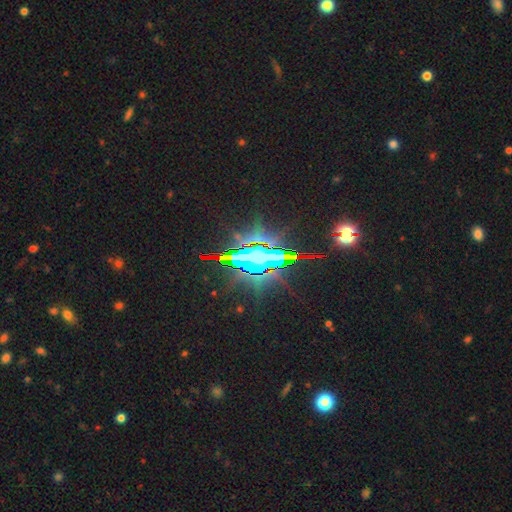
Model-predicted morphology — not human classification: Q: Smooth or featured?
A: star or artifact (70%); runner-up: featured or disk (15%)